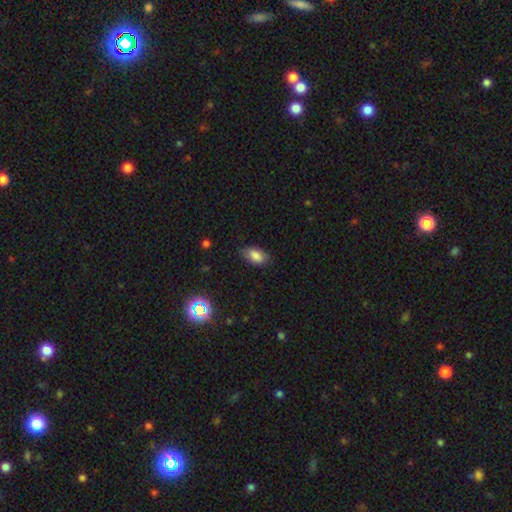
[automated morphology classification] A smooth galaxy with no disk features (82%) that is in between round and cigar-shaped (91%). Merging: none (79%).